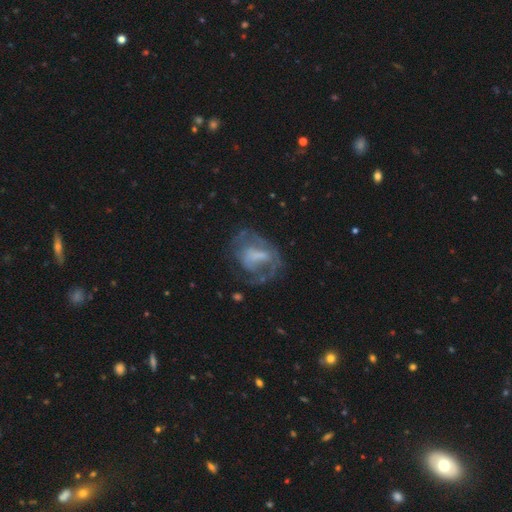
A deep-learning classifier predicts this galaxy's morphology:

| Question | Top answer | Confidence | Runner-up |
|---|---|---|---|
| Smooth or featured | featured or disk | 67% | smooth (23%) |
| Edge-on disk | no | 97% | yes (3%) |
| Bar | no | 41% | weak (39%) |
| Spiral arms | yes | 62% | no (38%) |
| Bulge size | none | 40% | moderate (23%) |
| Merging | none | 45% | major disturbance (31%) |